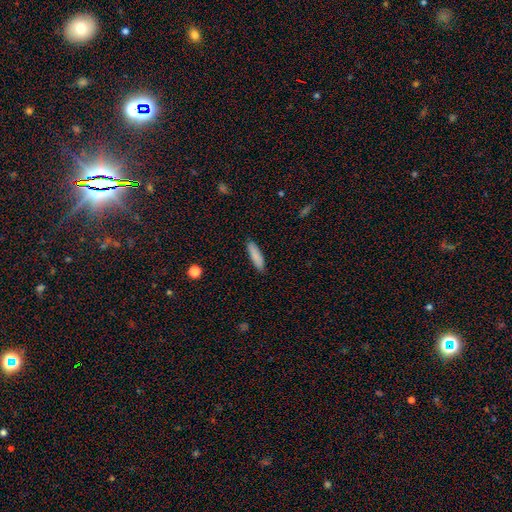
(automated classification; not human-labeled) A smooth galaxy with no disk features (86%) that is cigar-shaped (71%).

Vote fractions:
- Smooth or featured? smooth: 86% / featured or disk: 7% / star or artifact: 6%
- How rounded? cigar-shaped: 71% / in between: 28% / round: 1%
- Merging? none: 88% / minor disturbance: 9% / major disturbance: 2% / merger: 1%